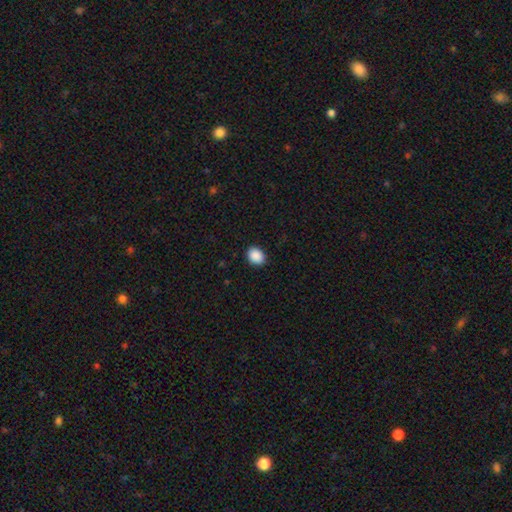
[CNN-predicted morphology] type=smooth (90%); roundness=in between (57%); merging=none (90%).